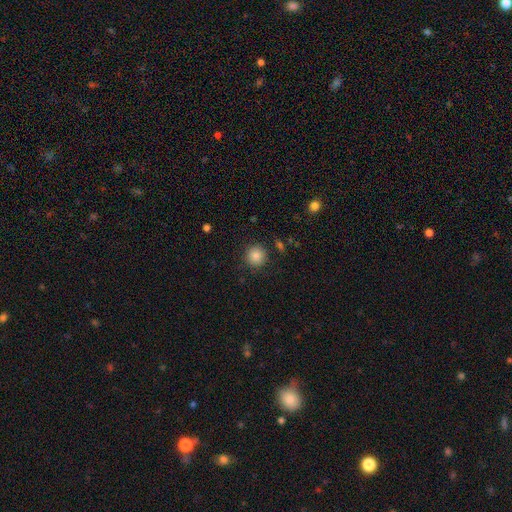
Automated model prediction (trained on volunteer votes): Smooth or featured? Predicted: smooth (p=0.84). How rounded? Predicted: round (p=0.93). Merging? Predicted: none (p=0.89).